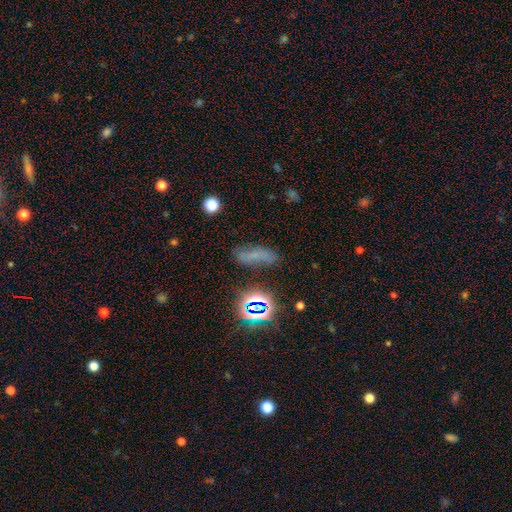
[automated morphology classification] smooth 51%, star or artifact 26%, featured or disk 23%. Down the decision tree: how rounded — cigar-shaped (48%); merging — none (64%).